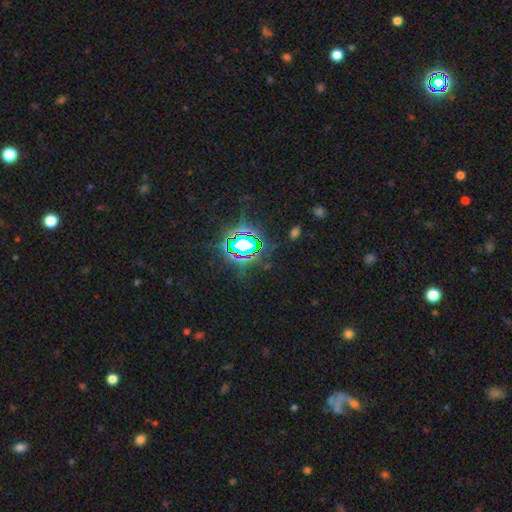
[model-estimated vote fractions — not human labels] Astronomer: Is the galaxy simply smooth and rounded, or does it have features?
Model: star or artifact — 79%.